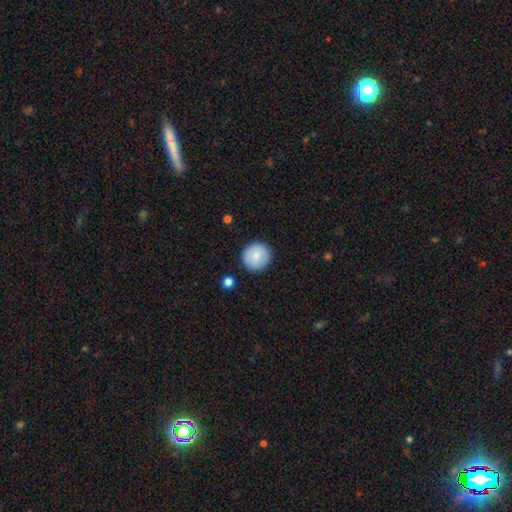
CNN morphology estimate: The model was most divided on "smooth or featured": smooth: 83%, featured or disk: 10%, star or artifact: 7%. More confident: how rounded — round (94%); merging — none (89%).